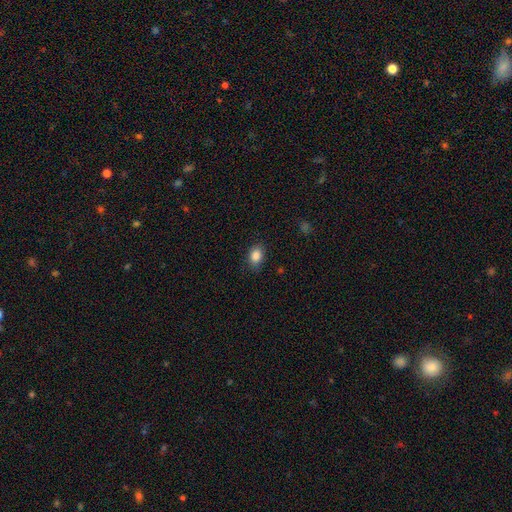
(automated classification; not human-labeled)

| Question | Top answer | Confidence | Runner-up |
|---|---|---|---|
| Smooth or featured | smooth | 86% | star or artifact (9%) |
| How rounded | in between | 75% | round (23%) |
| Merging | none | 82% | minor disturbance (14%) |